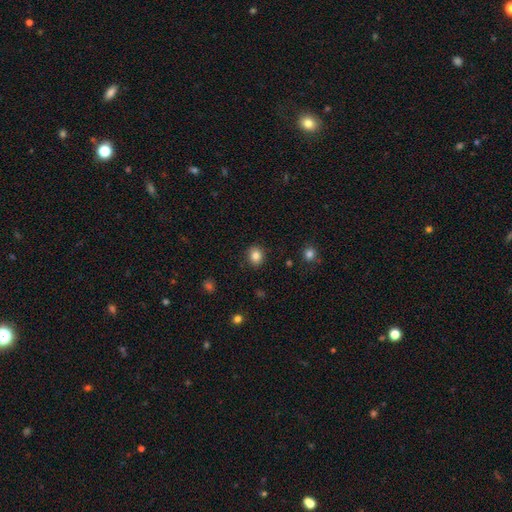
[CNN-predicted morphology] smooth 85%, star or artifact 10%, featured or disk 6%. Down the decision tree: how rounded — round (67%); merging — none (88%).